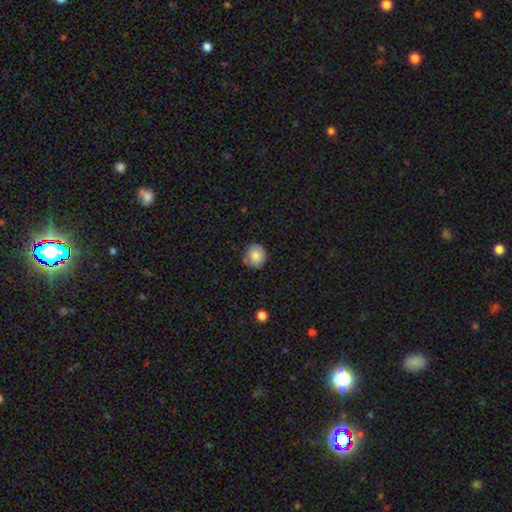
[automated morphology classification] The model was most divided on "merging": none: 80%, minor disturbance: 15%, major disturbance: 3%, merger: 2%. More confident: how rounded — round (84%); smooth or featured — smooth (82%).